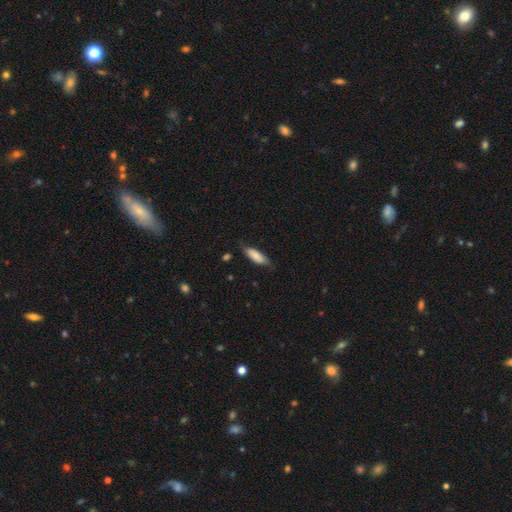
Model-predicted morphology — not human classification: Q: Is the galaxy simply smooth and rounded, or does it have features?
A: smooth — 77%.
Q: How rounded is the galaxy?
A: in between — 60%.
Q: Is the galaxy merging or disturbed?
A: none — 69%.